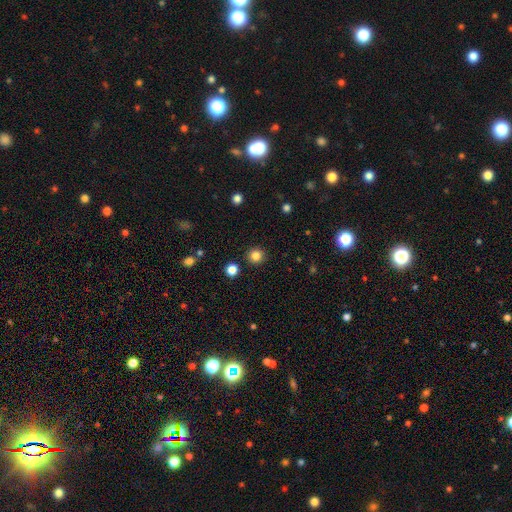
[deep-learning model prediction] A smooth galaxy with no disk features (84%) that is round (94%). Merging: none (91%).